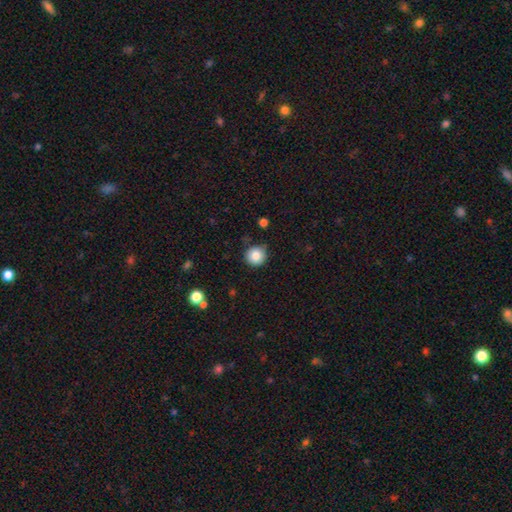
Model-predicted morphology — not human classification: smooth_or_featured: smooth (p=0.84) [alt: star or artifact p=0.10]
how_rounded: round (p=0.94) [alt: in between p=0.05]
merging: none (p=0.82) [alt: minor disturbance p=0.13]